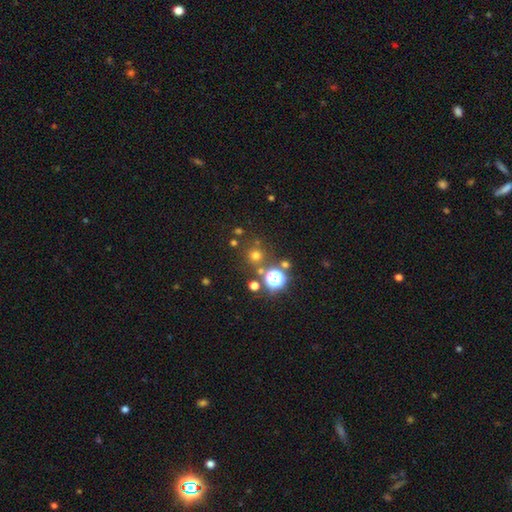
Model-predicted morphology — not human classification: Smooth or featured? Predicted: smooth (p=0.63). How rounded? Predicted: round (p=0.94). Merging? Predicted: none (p=0.79).